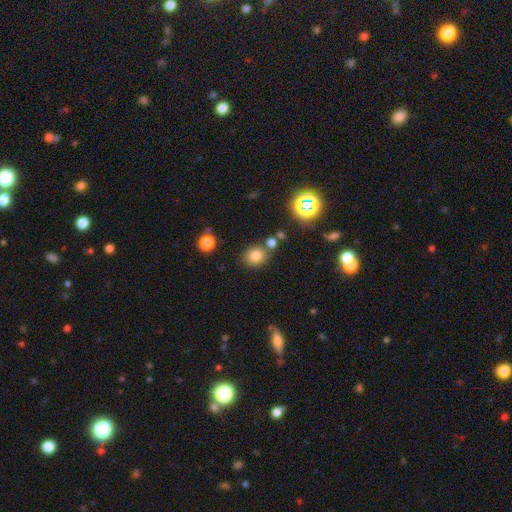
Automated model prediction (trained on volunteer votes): smooth 78%, star or artifact 15%, featured or disk 7%. Down the decision tree: how rounded — round (74%); merging — none (75%).